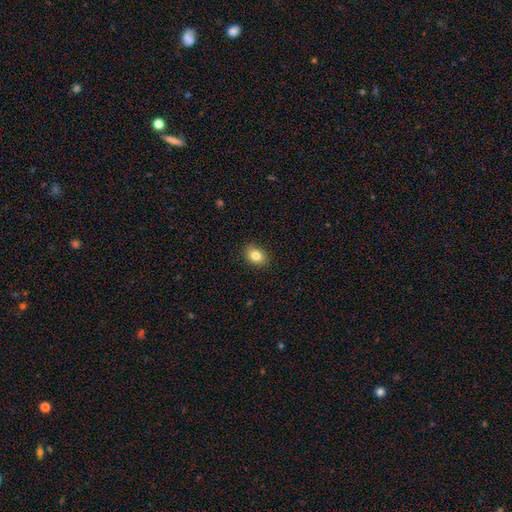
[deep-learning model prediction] Smooth or featured?
  - smooth: 83% *
  - star or artifact: 9%
  - featured or disk: 8%
How rounded?
  - in between: 69% *
  - round: 30%
  - cigar-shaped: 1%
Merging?
  - none: 87% *
  - minor disturbance: 10%
  - major disturbance: 2%
  - merger: 1%